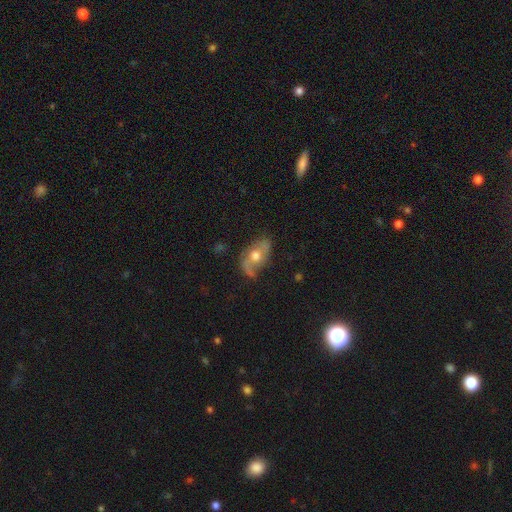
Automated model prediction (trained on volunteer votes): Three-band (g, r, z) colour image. It shows a featured or disk galaxy (64%) with no bar (69%), spiral arms (75%) and a moderate central bulge (70%). Merging: none (58%).